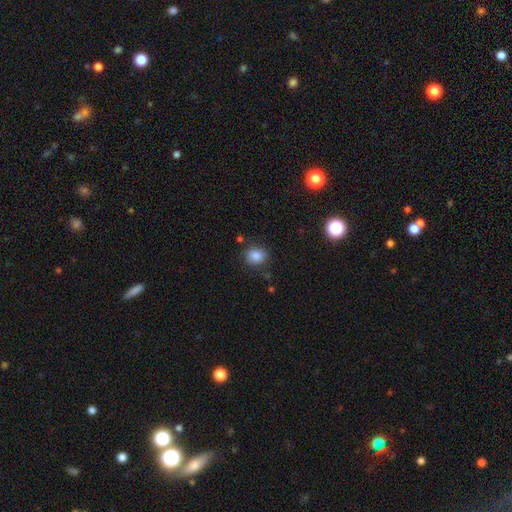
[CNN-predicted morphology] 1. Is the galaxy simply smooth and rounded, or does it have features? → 85% smooth, 10% star or artifact, 5% featured or disk.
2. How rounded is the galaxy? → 63% round, 36% in between, 1% cigar-shaped.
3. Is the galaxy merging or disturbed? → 81% none, 13% minor disturbance, 4% major disturbance, 3% merger.